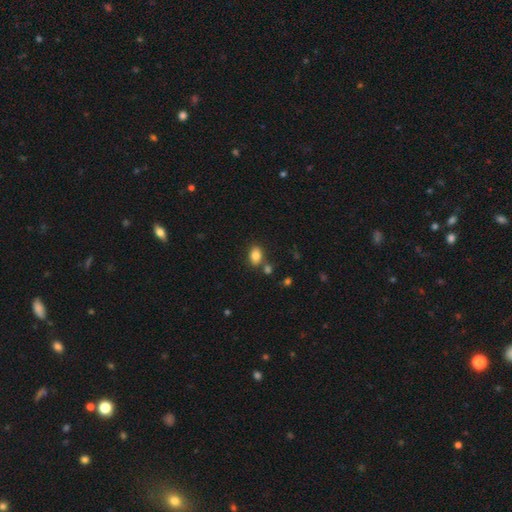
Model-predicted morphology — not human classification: smooth 83%, star or artifact 9%, featured or disk 7%. Down the decision tree: how rounded — in between (80%); merging — none (72%).